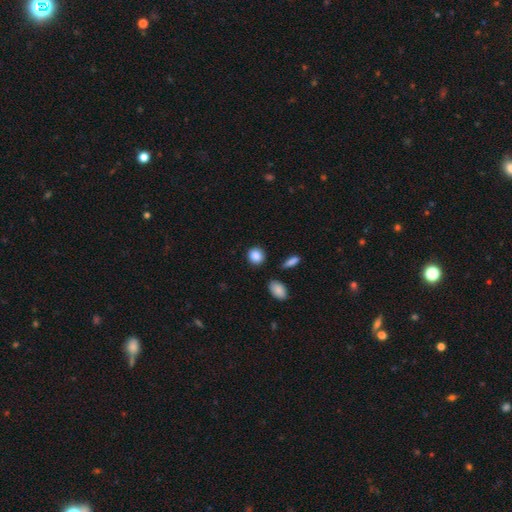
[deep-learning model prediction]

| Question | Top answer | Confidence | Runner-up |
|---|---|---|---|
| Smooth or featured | smooth | 88% | star or artifact (8%) |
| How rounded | round | 82% | in between (17%) |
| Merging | none | 86% | minor disturbance (8%) |